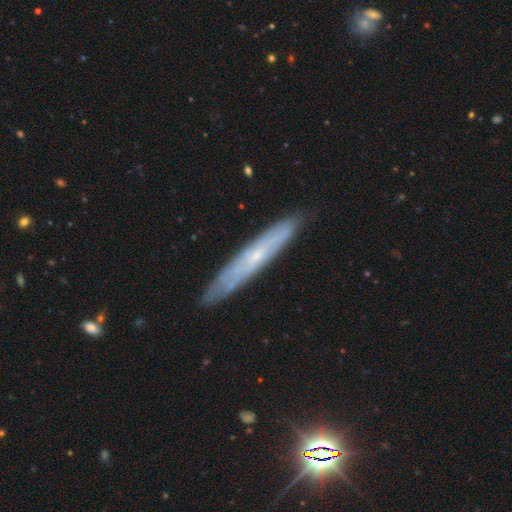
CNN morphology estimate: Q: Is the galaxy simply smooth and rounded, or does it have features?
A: featured or disk — 62%.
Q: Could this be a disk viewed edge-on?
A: yes — 70%.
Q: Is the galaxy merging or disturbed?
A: none — 85%.